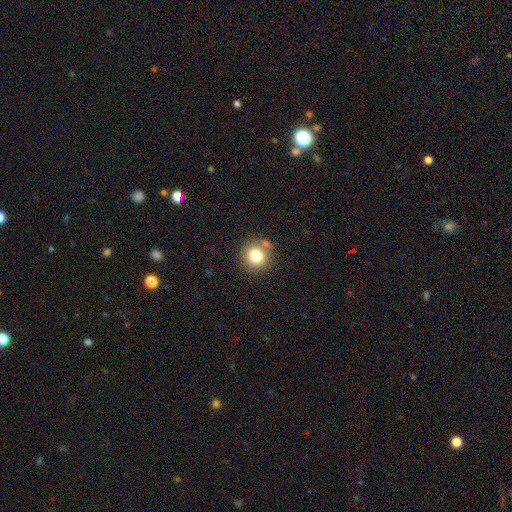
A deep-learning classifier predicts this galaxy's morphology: smooth 80%, star or artifact 11%, featured or disk 9%. Down the decision tree: how rounded — round (92%); merging — none (78%).